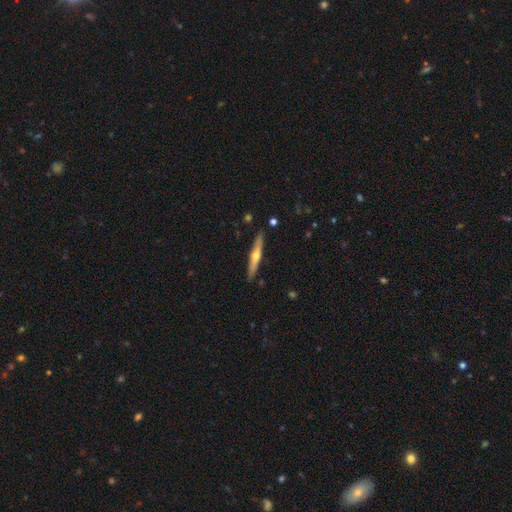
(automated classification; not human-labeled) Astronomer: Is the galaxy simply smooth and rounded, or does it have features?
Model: featured or disk — 61%.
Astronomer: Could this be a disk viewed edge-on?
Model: yes — 94%.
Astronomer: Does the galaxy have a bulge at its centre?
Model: rounded — 87%.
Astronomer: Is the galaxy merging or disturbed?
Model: none — 89%.